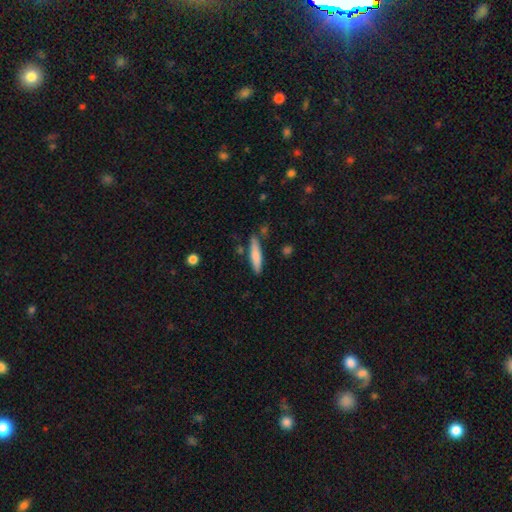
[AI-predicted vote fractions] Overall: smooth (76%). How rounded: cigar-shaped (82%). Merging: none (80%).